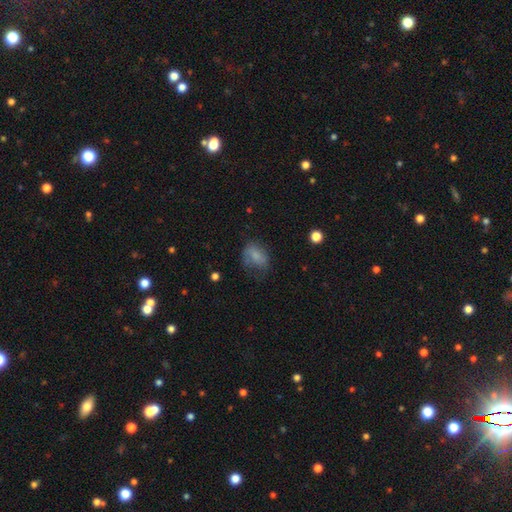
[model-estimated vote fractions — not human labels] Overall: smooth (70%). How rounded: in between (78%). Merging: none (40%; minor disturbance 30%).